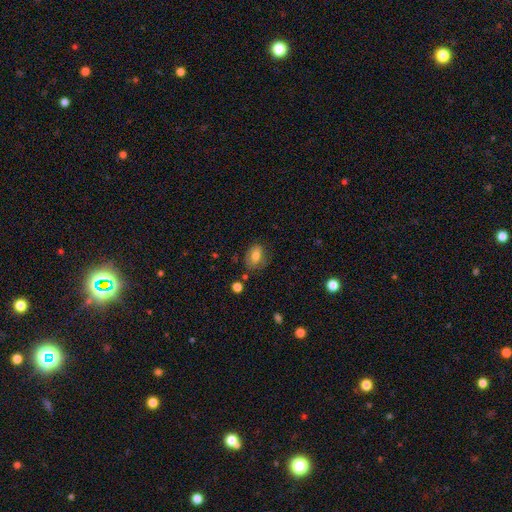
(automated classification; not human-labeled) Smooth or featured? Predicted: smooth (p=0.67). How rounded? Predicted: in between (p=0.77). Merging? Predicted: none (p=0.66).